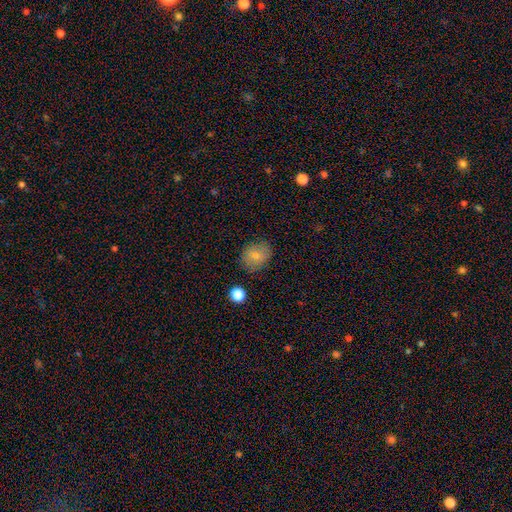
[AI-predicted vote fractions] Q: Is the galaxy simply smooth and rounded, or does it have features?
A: smooth — 80%.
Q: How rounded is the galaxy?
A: round — 52%.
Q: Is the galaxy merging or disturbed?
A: none — 81%.